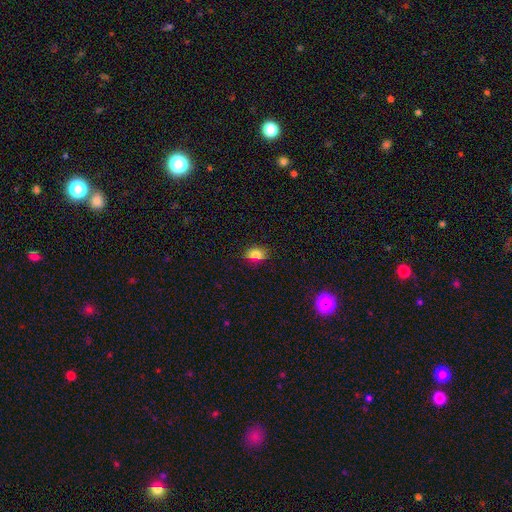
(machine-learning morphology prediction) A smooth galaxy with no disk features (83%) that is in between round and cigar-shaped (78%). Merging: none (84%).